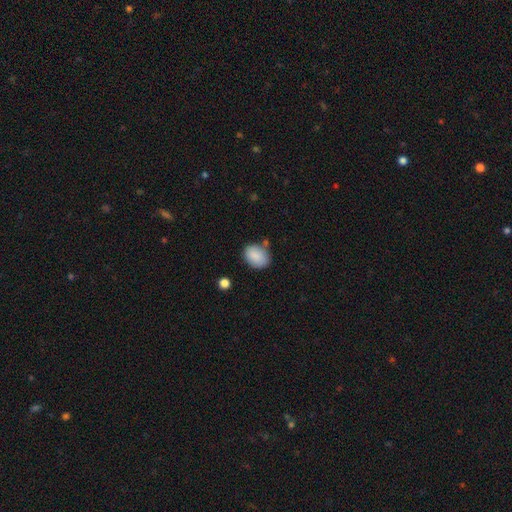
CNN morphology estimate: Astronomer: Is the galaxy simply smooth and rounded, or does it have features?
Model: smooth — 88%.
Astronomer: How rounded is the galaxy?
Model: in between — 68%.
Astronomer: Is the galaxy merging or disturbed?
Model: none — 72%.